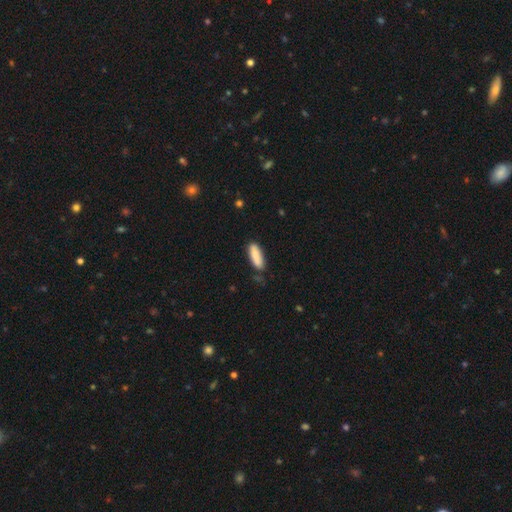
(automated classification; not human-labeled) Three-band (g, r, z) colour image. It shows a smooth galaxy with no disk features (87%) that is in between round and cigar-shaped (52%). Merging: none (77%).